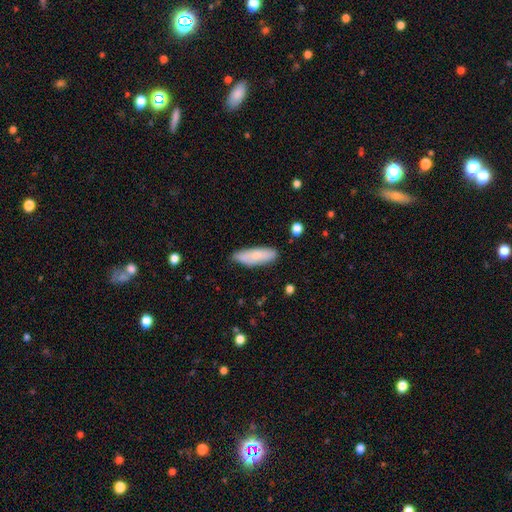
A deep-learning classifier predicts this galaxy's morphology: A smooth galaxy with no disk features (77%) that is in between round and cigar-shaped (51%).

Vote fractions:
- Smooth or featured? smooth: 77% / featured or disk: 17% / star or artifact: 6%
- How rounded? in between: 51% / cigar-shaped: 48% / round: 2%
- Merging? none: 82% / minor disturbance: 14% / major disturbance: 2% / merger: 2%